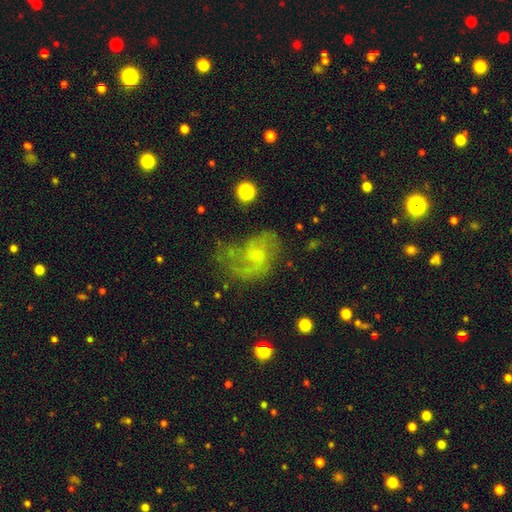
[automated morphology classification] smooth-or-featured: featured or disk: 76% | smooth: 15% | star or artifact: 9%
  disk-edge-on: no: 98% | yes: 2%
    bar: no: 57% | weak: 38% | strong: 5%
    has-spiral-arms: yes: 90% | no: 10%
      spiral-winding: medium: 45% | loose: 42% | tight: 13%
      spiral-arm-count: 2: 70% | can't tell: 10% | 1: 10% | 3: 5% | 4: 2% | more than 4: 2%
    bulge-size: small: 42% | none: 29% | moderate: 25% | large: 4% | dominant: 1%
  merging: none: 51% | major disturbance: 24% | minor disturbance: 21% | merger: 3%